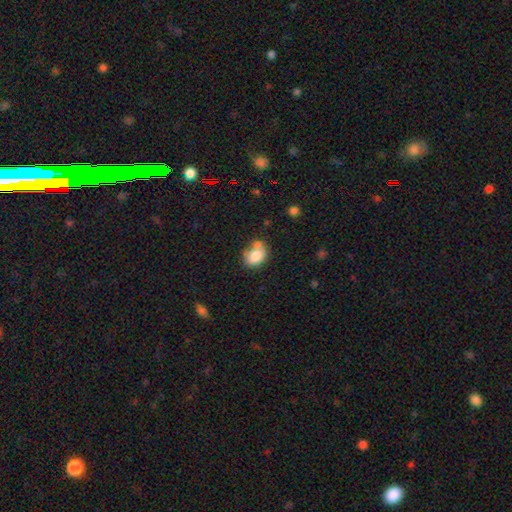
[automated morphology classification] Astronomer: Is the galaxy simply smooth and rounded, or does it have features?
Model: smooth — 78%.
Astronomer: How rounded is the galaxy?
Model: in between — 63%.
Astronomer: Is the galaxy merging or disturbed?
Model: none — 42% (runner-up: merger, 26%).